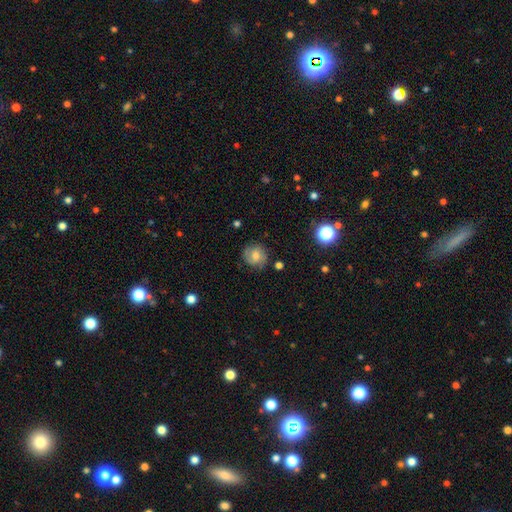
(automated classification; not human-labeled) The model was most divided on "smooth or featured": smooth: 46%, featured or disk: 43%, star or artifact: 11%. More confident: merging — none (77%).